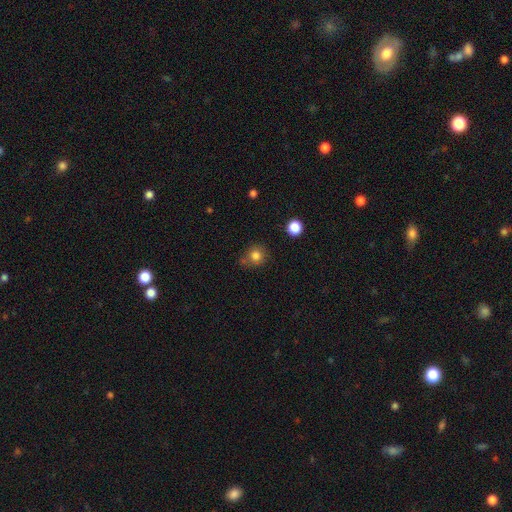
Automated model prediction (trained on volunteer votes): This is clearly a smooth galaxy (81%). How rounded: clearly round (85%). Merging: likely none (70%).